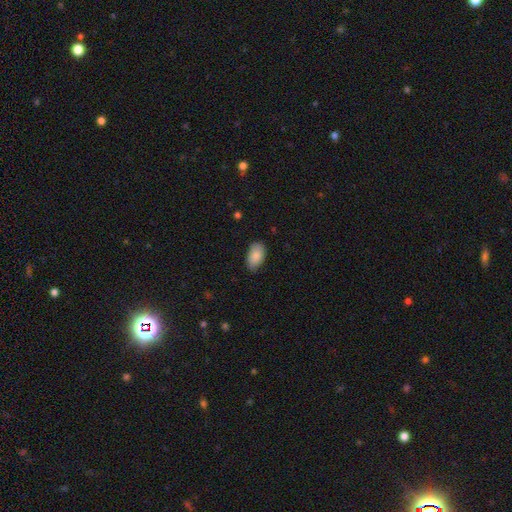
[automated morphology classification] A smooth galaxy with no disk features (87%) that is in between round and cigar-shaped (94%).

Vote fractions:
- Smooth or featured? smooth: 87% / featured or disk: 6% / star or artifact: 6%
- How rounded? in between: 94% / round: 4% / cigar-shaped: 2%
- Merging? none: 80% / minor disturbance: 17% / major disturbance: 3% / merger: 1%